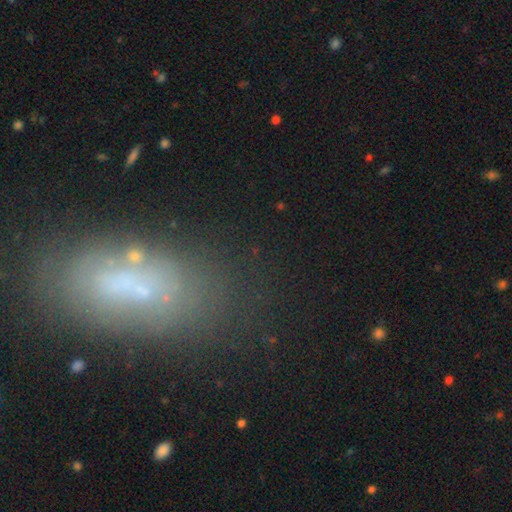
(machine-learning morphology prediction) Smooth or featured? Predicted: smooth (p=0.44). Merging? Predicted: none (p=0.61).